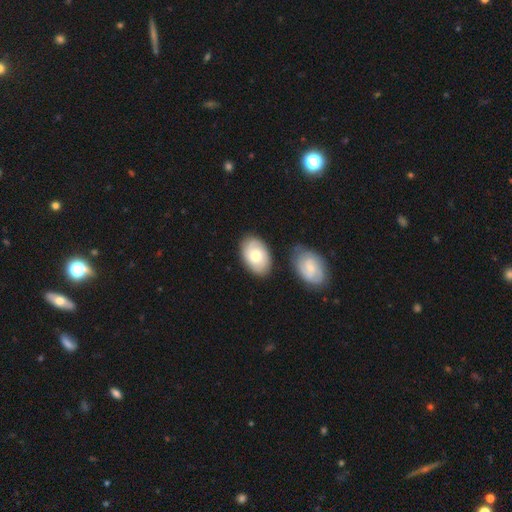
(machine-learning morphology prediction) Overall: smooth (51%; featured or disk 43%). How rounded: in between (86%). Merging: none (74%).